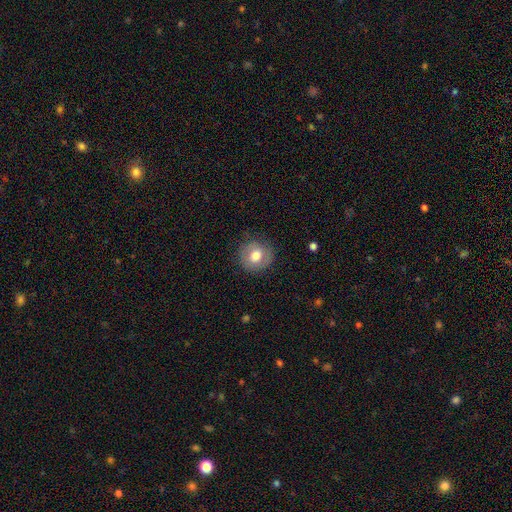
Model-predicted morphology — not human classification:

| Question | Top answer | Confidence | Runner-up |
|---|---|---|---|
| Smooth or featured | smooth | 68% | featured or disk (24%) |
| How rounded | round | 87% | in between (12%) |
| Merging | none | 82% | minor disturbance (13%) |